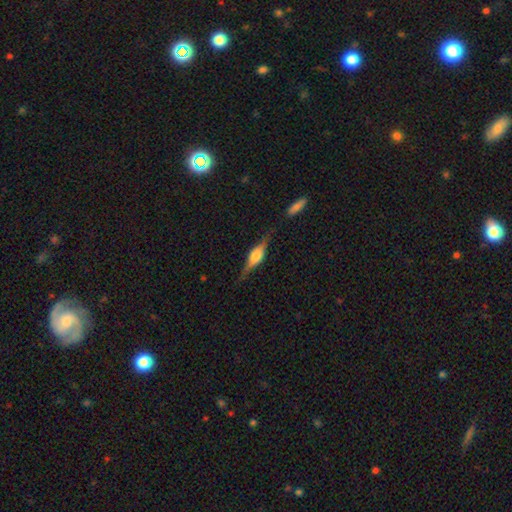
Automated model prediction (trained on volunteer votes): This appears to be a featured or disk galaxy (71%) viewed edge-on (97%) with a rounded central bulge (77%). Merging: none (81%).